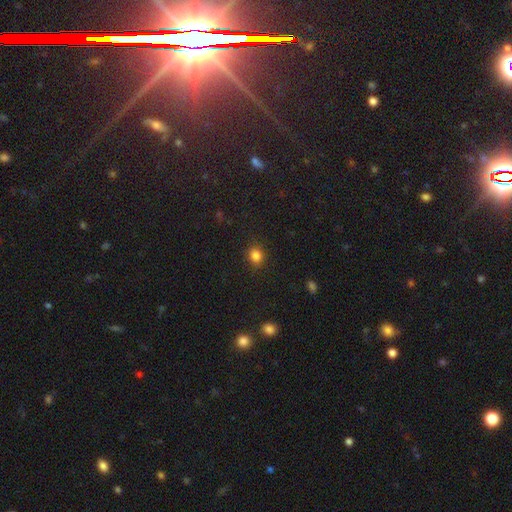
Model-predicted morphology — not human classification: smooth_or_featured: smooth (p=0.83) [alt: star or artifact p=0.12]
how_rounded: round (p=0.69) [alt: in between p=0.30]
merging: none (p=0.86) [alt: minor disturbance p=0.10]